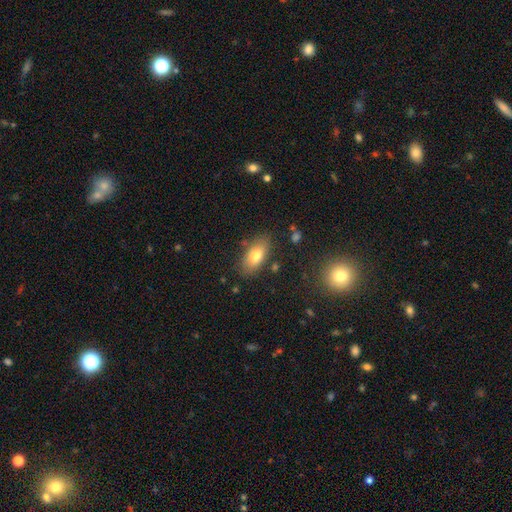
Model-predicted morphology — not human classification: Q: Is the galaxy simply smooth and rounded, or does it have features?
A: smooth — 76%.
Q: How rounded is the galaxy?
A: in between — 88%.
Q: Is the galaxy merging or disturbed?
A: none — 80%.